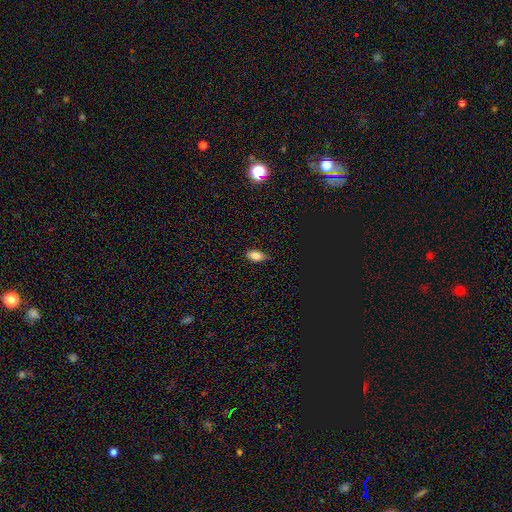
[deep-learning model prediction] Overall: smooth (81%). How rounded: in between (88%). Merging: none (81%).